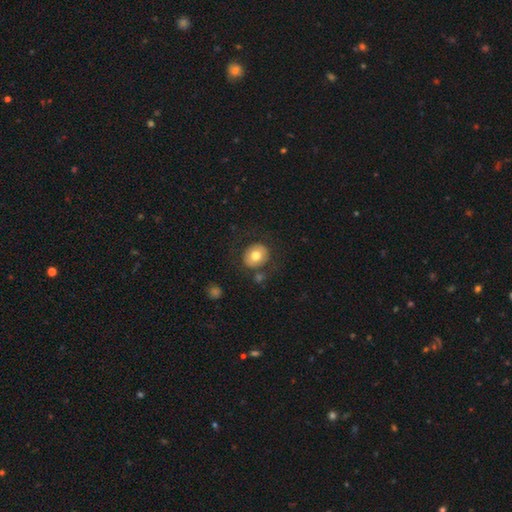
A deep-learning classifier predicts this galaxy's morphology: smooth-or-featured: smooth: 72% | featured or disk: 20% | star or artifact: 8%
  how-rounded: round: 73% | in between: 26% | cigar-shaped: 1%
  merging: none: 78% | minor disturbance: 11% | major disturbance: 7% | merger: 4%